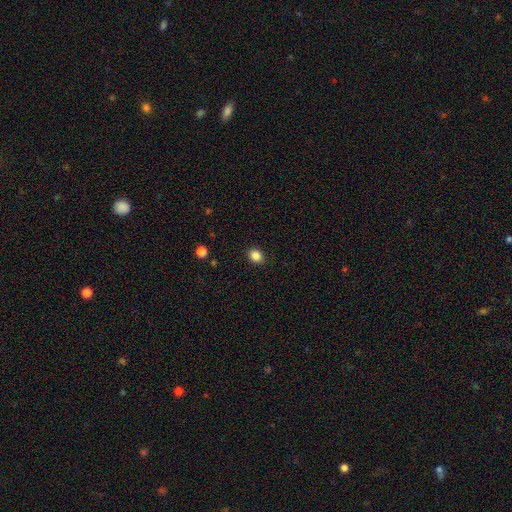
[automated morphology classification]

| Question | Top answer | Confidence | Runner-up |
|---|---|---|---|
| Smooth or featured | smooth | 86% | star or artifact (11%) |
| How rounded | round | 63% | in between (36%) |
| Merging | none | 90% | minor disturbance (7%) |